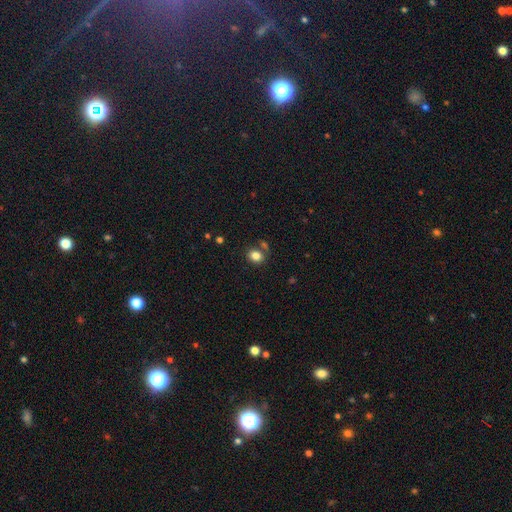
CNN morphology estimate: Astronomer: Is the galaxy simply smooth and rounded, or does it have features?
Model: smooth — 83%.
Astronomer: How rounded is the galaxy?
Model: in between — 53% (runner-up: round, 46%).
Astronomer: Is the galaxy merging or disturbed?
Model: none — 71%.